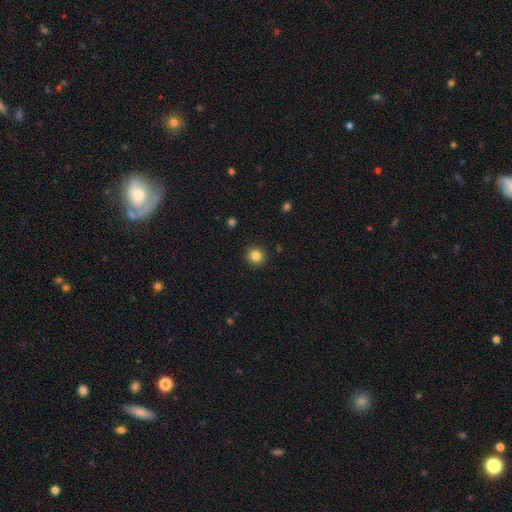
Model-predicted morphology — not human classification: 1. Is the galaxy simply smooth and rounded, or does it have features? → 84% smooth, 11% star or artifact, 5% featured or disk.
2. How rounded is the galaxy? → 94% round, 5% in between, 1% cigar-shaped.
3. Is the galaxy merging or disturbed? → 92% none, 5% minor disturbance, 2% major disturbance, 1% merger.